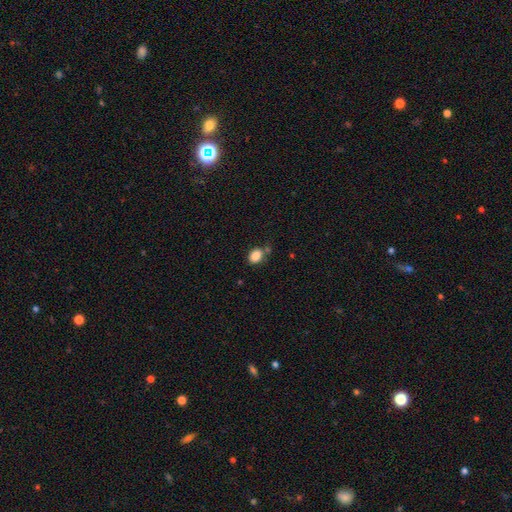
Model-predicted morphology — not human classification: Smooth or featured: smooth — 86% (star or artifact — 10%)
How rounded: in between — 64% (round — 35%)
Merging: none — 67% (minor disturbance — 17%)